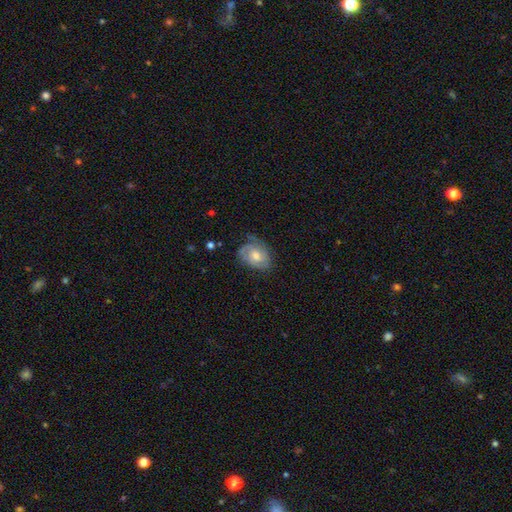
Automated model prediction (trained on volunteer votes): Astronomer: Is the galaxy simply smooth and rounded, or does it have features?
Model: featured or disk — 64%.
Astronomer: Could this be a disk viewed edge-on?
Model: no — 96%.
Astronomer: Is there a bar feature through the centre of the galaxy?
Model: no — 73%.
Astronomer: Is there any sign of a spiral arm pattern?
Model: yes — 86%.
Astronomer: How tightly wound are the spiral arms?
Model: tight — 57%.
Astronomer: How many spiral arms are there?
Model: can't tell — 34% (runner-up: 2, 33%).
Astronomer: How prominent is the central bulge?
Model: moderate — 68%.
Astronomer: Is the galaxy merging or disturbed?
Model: none — 62%.